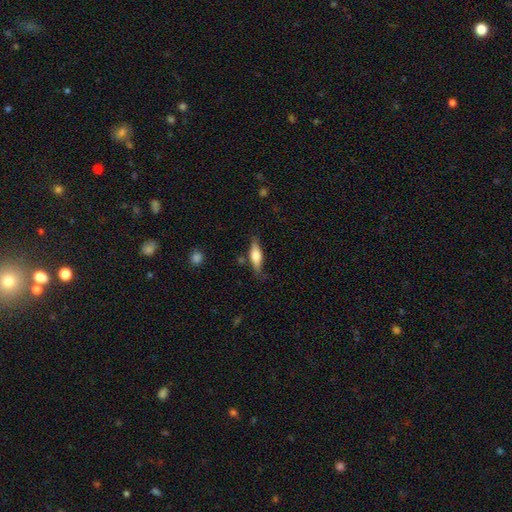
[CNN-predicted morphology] smooth_or_featured: smooth (p=0.57) [alt: featured or disk p=0.36]
how_rounded: cigar-shaped (p=0.51) [alt: in between p=0.46]
merging: none (p=0.77) [alt: minor disturbance p=0.16]